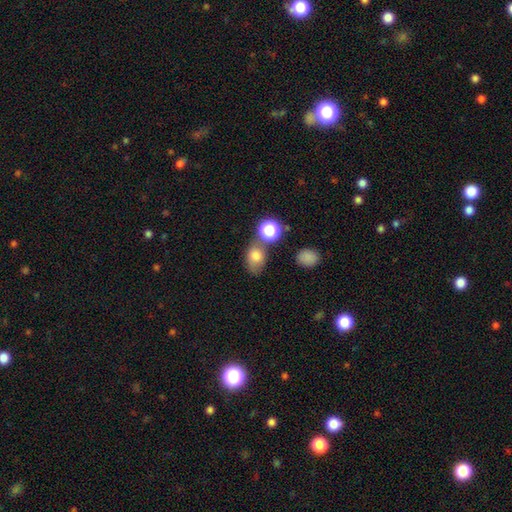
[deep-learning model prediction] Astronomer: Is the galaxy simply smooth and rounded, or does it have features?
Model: smooth — 75%.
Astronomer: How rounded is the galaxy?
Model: in between — 67%.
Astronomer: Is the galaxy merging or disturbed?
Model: none — 53%.